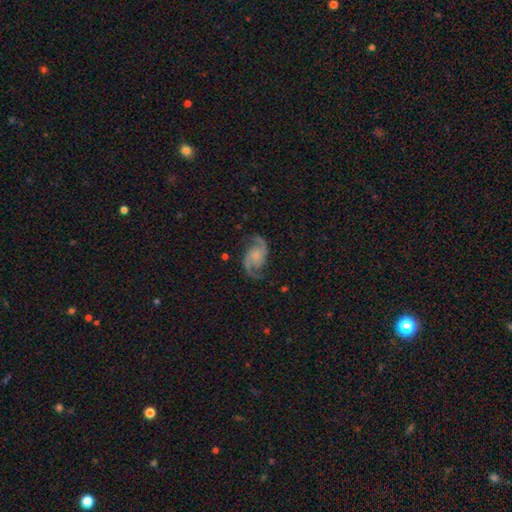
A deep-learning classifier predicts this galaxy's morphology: Smooth or featured? Predicted: featured or disk (p=0.91). Edge-on disk? Predicted: no (p=0.98). Bar? Predicted: no (p=0.67). Spiral arms? Predicted: yes (p=0.98). Spiral winding? Predicted: medium (p=0.51). Spiral arm count? Predicted: 2 (p=0.94). Bulge size? Predicted: small (p=0.42). Merging? Predicted: none (p=0.80).